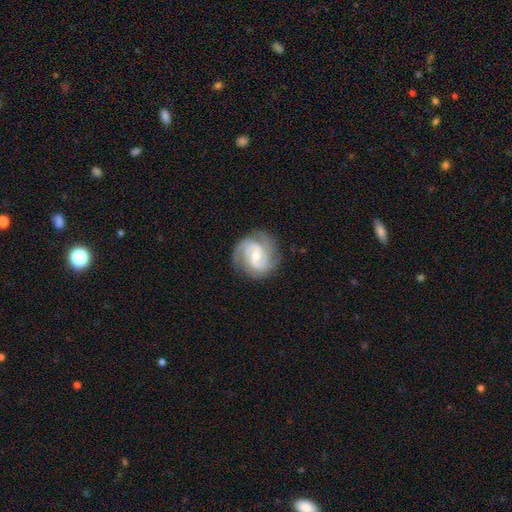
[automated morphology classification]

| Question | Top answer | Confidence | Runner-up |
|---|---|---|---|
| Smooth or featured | featured or disk | 88% | smooth (7%) |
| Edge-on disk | no | 98% | yes (2%) |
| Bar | weak | 48% | no (39%) |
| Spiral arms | yes | 98% | no (2%) |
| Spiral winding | tight | 51% | medium (42%) |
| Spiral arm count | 2 | 50% | 3 (29%) |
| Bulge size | small | 50% | moderate (45%) |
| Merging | none | 78% | minor disturbance (16%) |